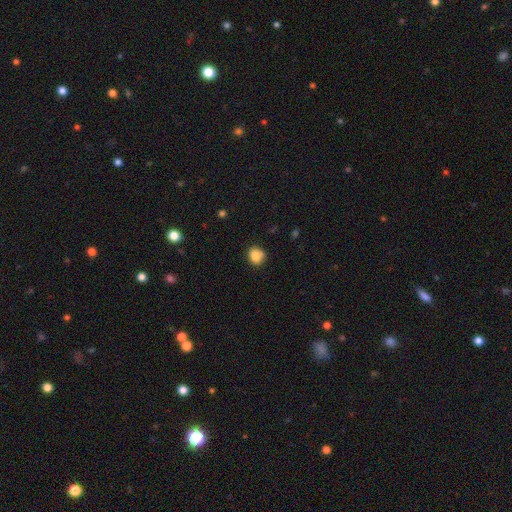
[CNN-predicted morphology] smooth-or-featured: smooth: 85% | star or artifact: 10% | featured or disk: 5%
  how-rounded: round: 79% | in between: 20% | cigar-shaped: 1%
  merging: none: 79% | minor disturbance: 17% | major disturbance: 3% | merger: 2%